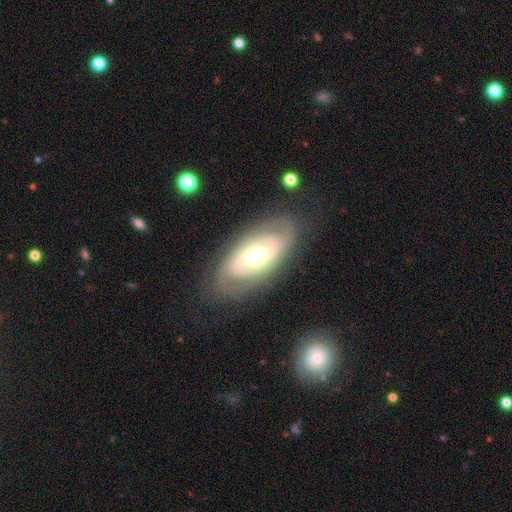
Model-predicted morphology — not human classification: Smooth or featured? Predicted: featured or disk (p=0.78). Edge-on disk? Predicted: no (p=0.91). Bar? Predicted: no (p=0.44). Spiral arms? Predicted: yes (p=0.69). Bulge size? Predicted: moderate (p=0.69). Merging? Predicted: none (p=0.78).